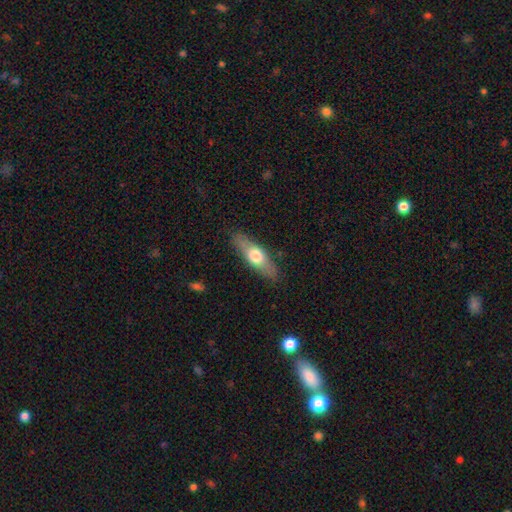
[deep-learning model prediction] Smooth or featured: smooth — 57% (featured or disk — 37%)
How rounded: in between — 50% (cigar-shaped — 46%)
Merging: none — 84% (minor disturbance — 12%)